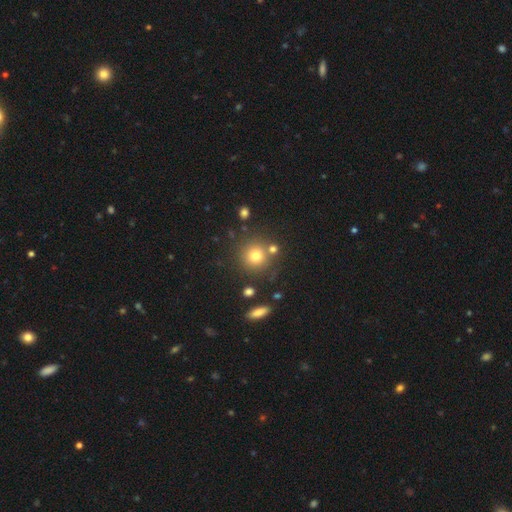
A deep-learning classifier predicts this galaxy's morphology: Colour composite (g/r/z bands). It shows a smooth galaxy with no disk features (76%) that is round (92%). Merging: none (76%).